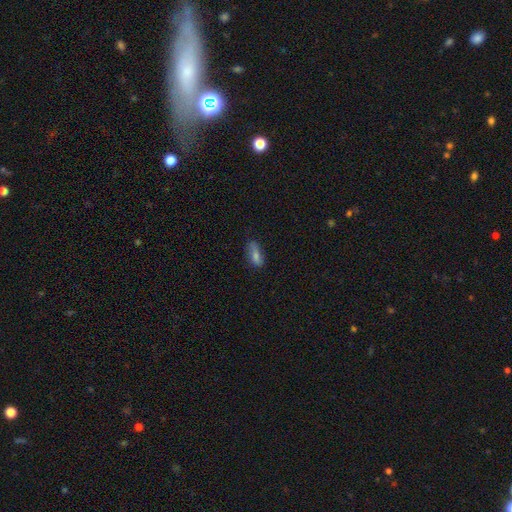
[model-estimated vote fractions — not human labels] Q: Smooth or featured?
A: smooth (74%); runner-up: featured or disk (14%)
Q: How rounded?
A: in between (76%); runner-up: cigar-shaped (20%)
Q: Merging?
A: none (66%); runner-up: minor disturbance (25%)